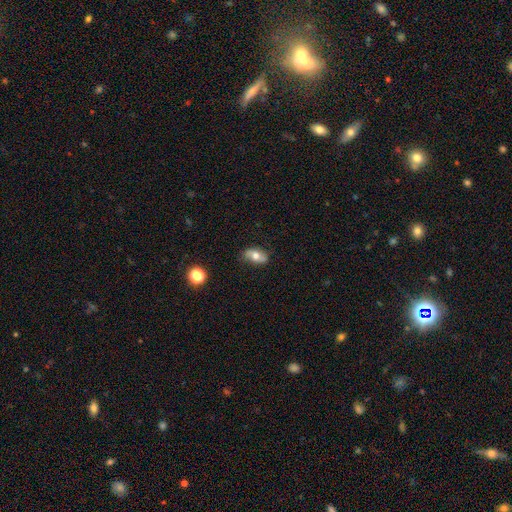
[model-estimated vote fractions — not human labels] Overall: smooth (65%; featured or disk 26%). How rounded: in between (89%). Merging: none (79%).